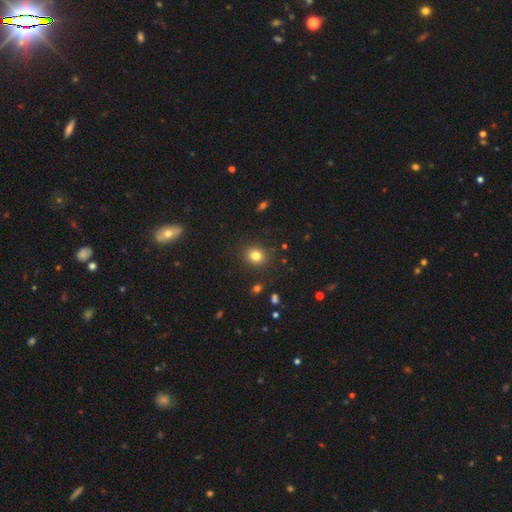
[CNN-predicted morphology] The model was most divided on "how rounded": round: 76%, in between: 23%, cigar-shaped: 1%. More confident: merging — none (88%); smooth or featured — smooth (81%).